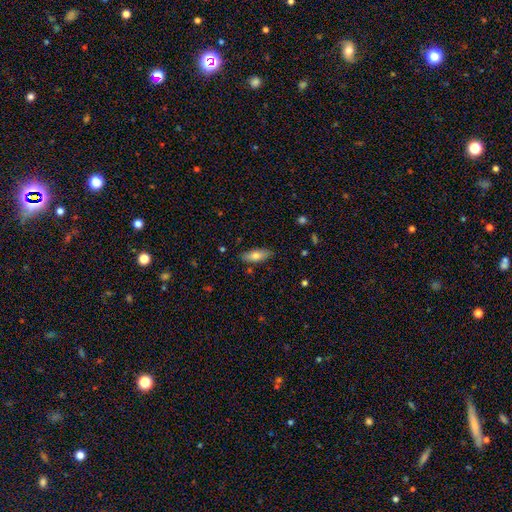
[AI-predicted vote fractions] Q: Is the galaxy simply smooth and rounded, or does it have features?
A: smooth — 73%.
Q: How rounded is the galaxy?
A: in between — 77%.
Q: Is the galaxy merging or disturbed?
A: none — 83%.